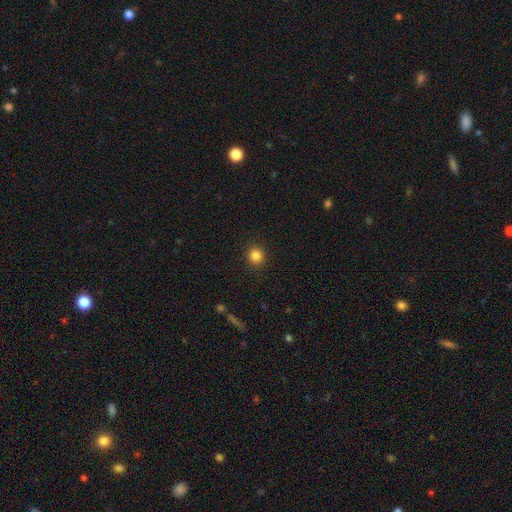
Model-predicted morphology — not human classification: A smooth galaxy with no disk features (84%) that is round (90%).

Vote fractions:
- Smooth or featured? smooth: 84% / star or artifact: 12% / featured or disk: 5%
- How rounded? round: 90% / in between: 9% / cigar-shaped: 1%
- Merging? none: 92% / minor disturbance: 5% / major disturbance: 2% / merger: 1%